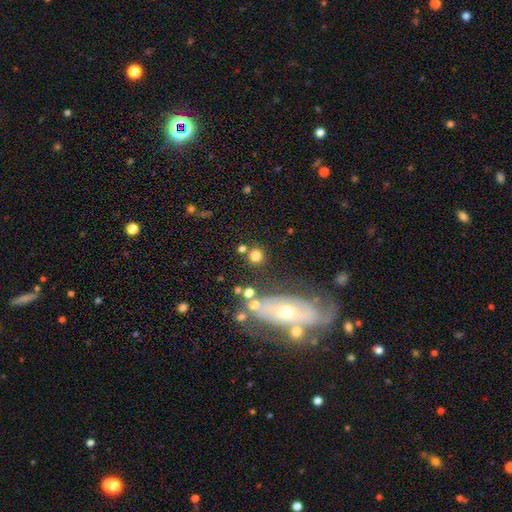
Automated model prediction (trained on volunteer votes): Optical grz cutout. It shows a smooth galaxy with no disk features (77%) that is round (89%). Merging: none (75%).